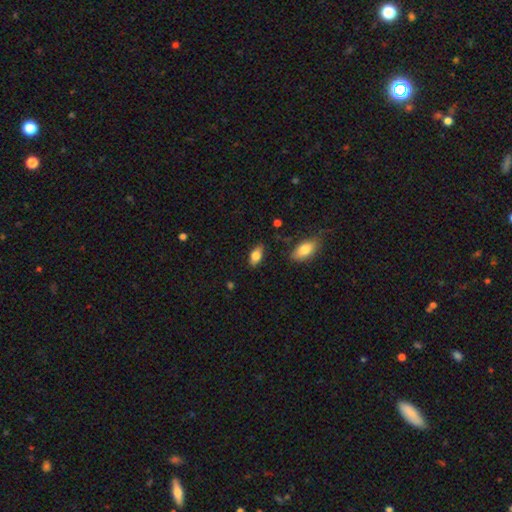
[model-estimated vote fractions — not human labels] smooth_or_featured: smooth (p=0.79) [alt: featured or disk p=0.14]
how_rounded: in between (p=0.88) [alt: cigar-shaped p=0.08]
merging: none (p=0.83) [alt: minor disturbance p=0.12]